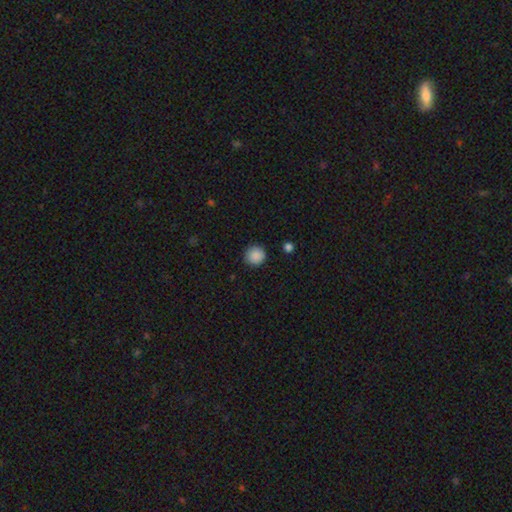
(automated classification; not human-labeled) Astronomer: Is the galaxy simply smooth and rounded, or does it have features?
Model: smooth — 88%.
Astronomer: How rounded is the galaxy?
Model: round — 94%.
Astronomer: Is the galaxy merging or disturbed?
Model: none — 90%.